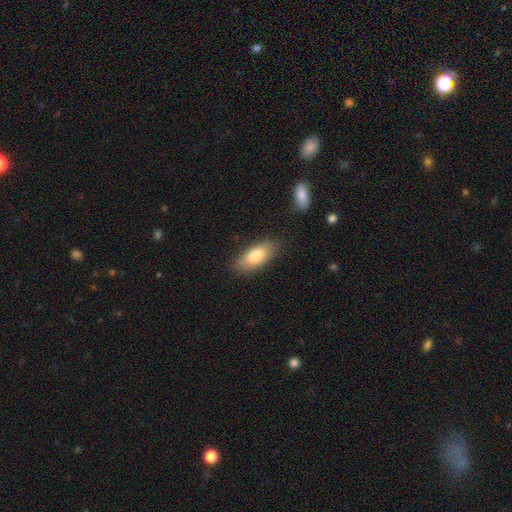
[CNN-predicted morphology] smooth_or_featured: smooth (p=0.78) [alt: featured or disk p=0.15]
how_rounded: in between (p=0.82) [alt: cigar-shaped p=0.15]
merging: none (p=0.83) [alt: minor disturbance p=0.12]